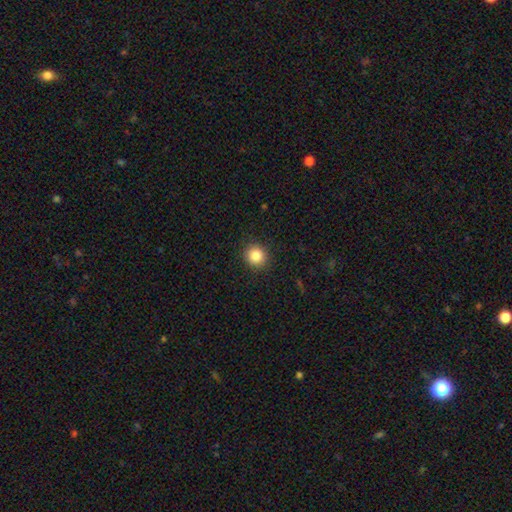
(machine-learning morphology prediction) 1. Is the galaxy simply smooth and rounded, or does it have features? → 84% smooth, 10% star or artifact, 5% featured or disk.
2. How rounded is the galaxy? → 91% round, 8% in between, 1% cigar-shaped.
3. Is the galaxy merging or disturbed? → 91% none, 6% minor disturbance, 2% major disturbance, 1% merger.